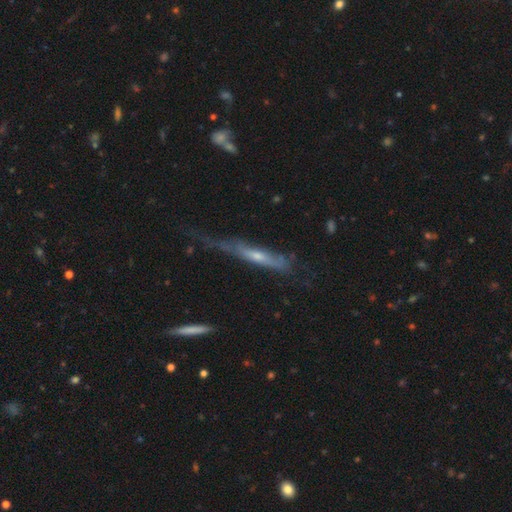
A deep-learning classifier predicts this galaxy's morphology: Overall: featured or disk (59%; smooth 34%). Edge-on disk: yes (78%). Merging: none (36%; major disturbance 30%).